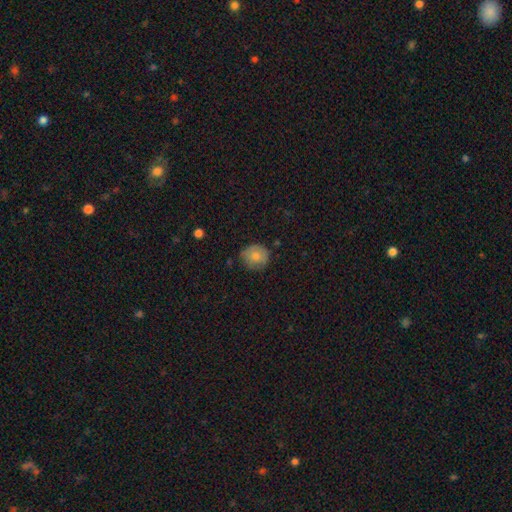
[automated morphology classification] smooth-or-featured: smooth: 78% | featured or disk: 14% | star or artifact: 8%
  how-rounded: round: 84% | in between: 15% | cigar-shaped: 1%
  merging: none: 73% | minor disturbance: 21% | major disturbance: 4% | merger: 2%